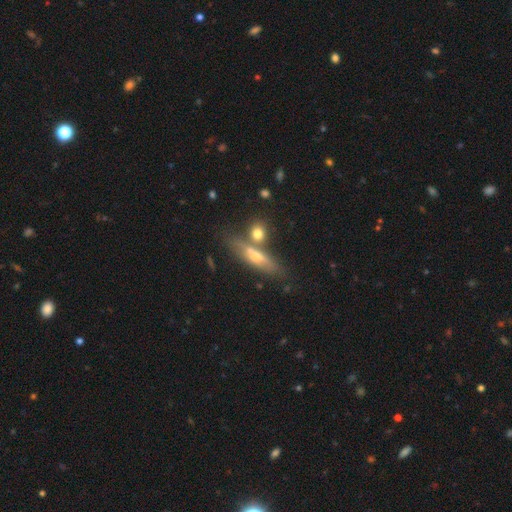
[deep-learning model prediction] The model was most divided on "smooth or featured": featured or disk: 49%, smooth: 42%, star or artifact: 9%. More confident: merging — none (62%).